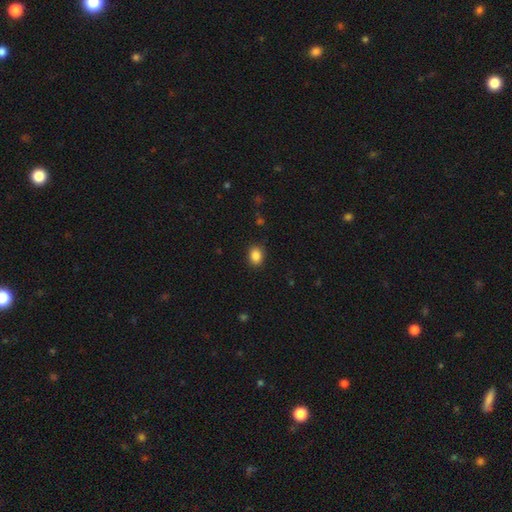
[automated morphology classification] Smooth or featured: smooth — 87% (star or artifact — 9%)
How rounded: in between — 62% (round — 37%)
Merging: none — 88% (minor disturbance — 9%)